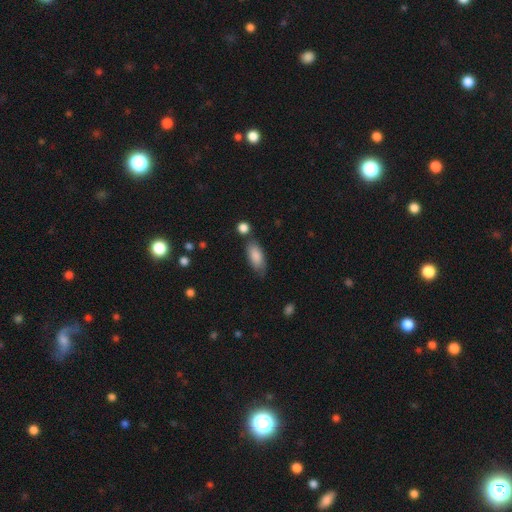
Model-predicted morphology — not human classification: smooth 85%, featured or disk 9%, star or artifact 6%. Down the decision tree: how rounded — in between (82%); merging — none (66%).